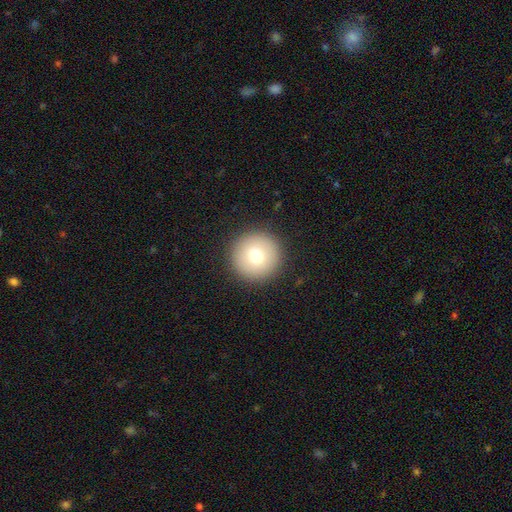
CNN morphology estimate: Smooth or featured? Predicted: smooth (p=0.72). How rounded? Predicted: round (p=0.96). Merging? Predicted: none (p=0.92).